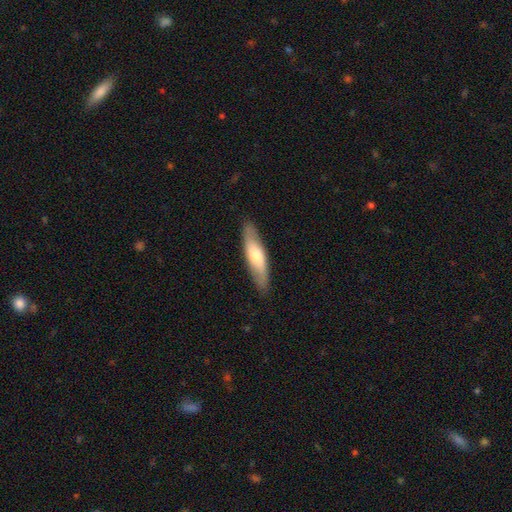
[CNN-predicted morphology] Q: Smooth or featured?
A: smooth (59%); runner-up: featured or disk (36%)
Q: How rounded?
A: cigar-shaped (70%); runner-up: in between (28%)
Q: Merging?
A: none (87%); runner-up: minor disturbance (10%)